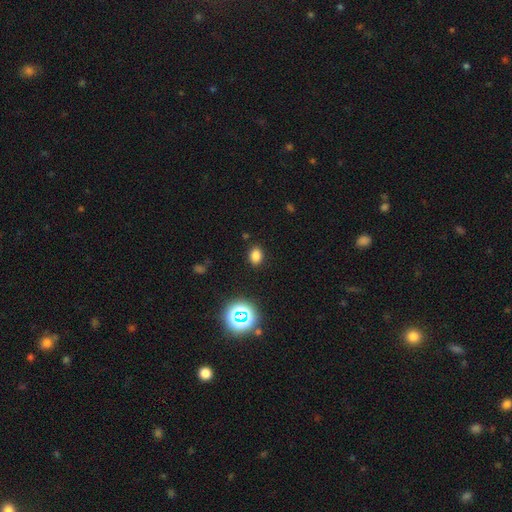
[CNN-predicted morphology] The model was most divided on "how rounded": in between: 59%, round: 40%, cigar-shaped: 1%. More confident: merging — none (88%); smooth or featured — smooth (77%).